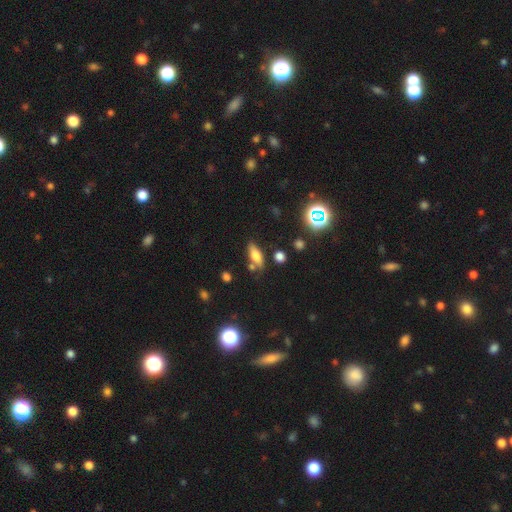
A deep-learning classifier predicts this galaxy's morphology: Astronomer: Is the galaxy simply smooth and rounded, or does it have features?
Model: smooth — 65%.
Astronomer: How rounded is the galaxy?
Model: in between — 64%.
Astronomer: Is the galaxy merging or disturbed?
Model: none — 69%.